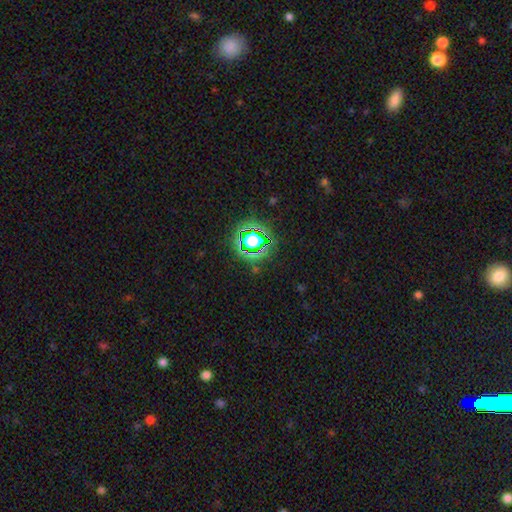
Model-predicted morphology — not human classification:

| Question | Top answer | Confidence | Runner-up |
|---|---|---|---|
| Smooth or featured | star or artifact | 75% | smooth (16%) |